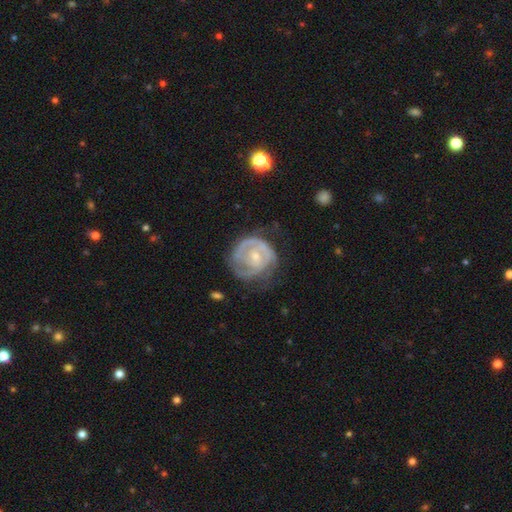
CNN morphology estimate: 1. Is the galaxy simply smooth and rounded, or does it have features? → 80% featured or disk, 15% smooth, 5% star or artifact.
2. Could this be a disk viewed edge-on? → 98% no, 2% yes.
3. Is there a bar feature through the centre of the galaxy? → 69% no, 26% weak, 5% strong.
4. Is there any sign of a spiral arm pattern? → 87% yes, 13% no.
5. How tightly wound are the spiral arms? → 66% tight, 26% medium, 8% loose.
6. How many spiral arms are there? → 34% 2, 33% can't tell, 14% 3, 12% 1, 4% 4, 3% more than 4.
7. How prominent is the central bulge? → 61% small, 34% moderate, 3% none, 2% large, 1% dominant.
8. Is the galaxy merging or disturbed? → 53% none, 26% minor disturbance, 19% major disturbance, 2% merger.